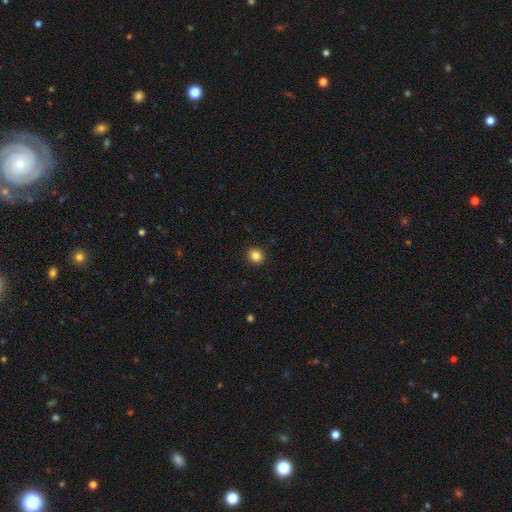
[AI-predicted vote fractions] This appears to be a smooth galaxy with no disk features (85%) that is round (84%). Merging: none (93%).